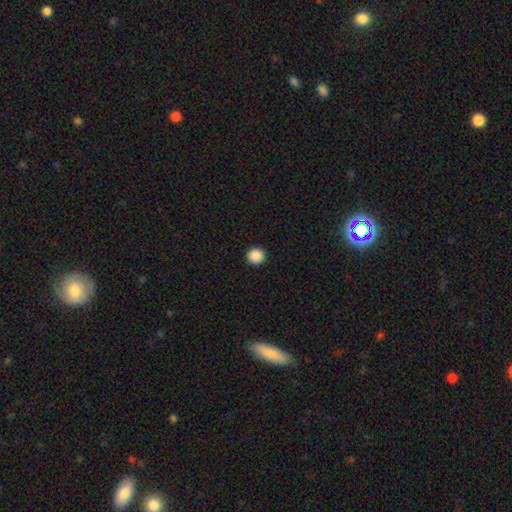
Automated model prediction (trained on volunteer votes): Smooth or featured? smooth (89%)
How rounded? round (94%)
Merging? none (93%)